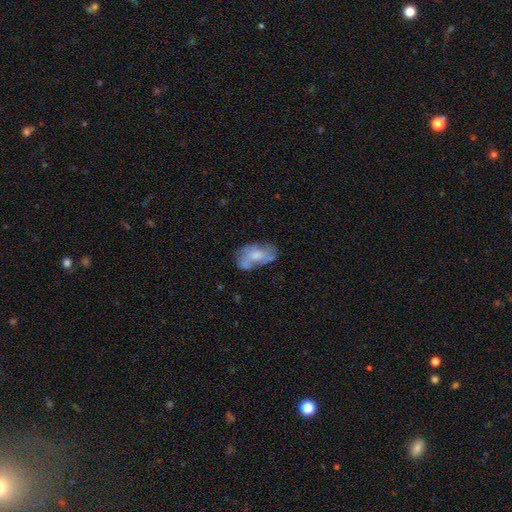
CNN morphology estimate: This is possibly a smooth galaxy (51%). How rounded: clearly in between (92%). Merging: possibly none (52%).